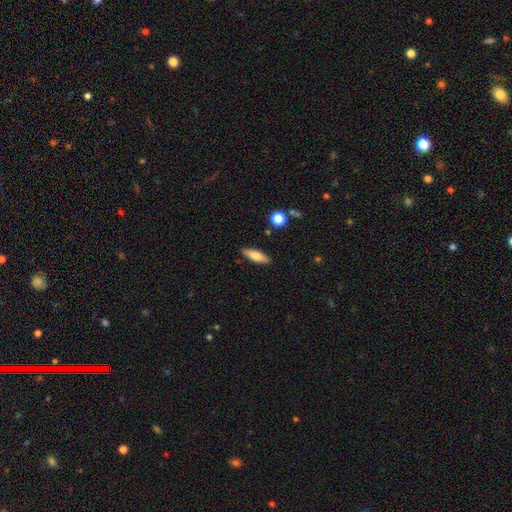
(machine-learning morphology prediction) Smooth or featured? smooth (73%)
How rounded? in between (50%)
Merging? none (87%)